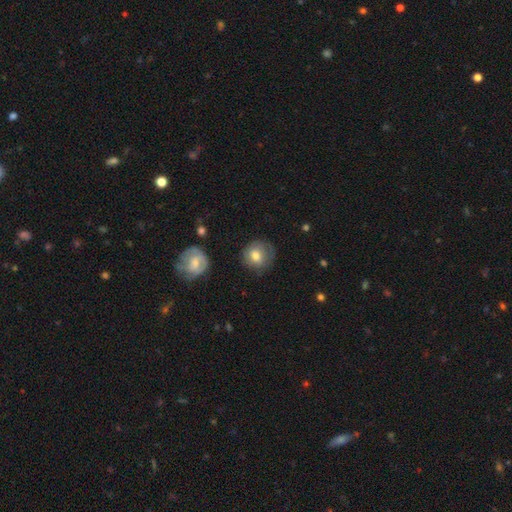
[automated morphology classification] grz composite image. It shows a smooth galaxy with no disk features (72%) that is round (86%). Merging: none (70%).